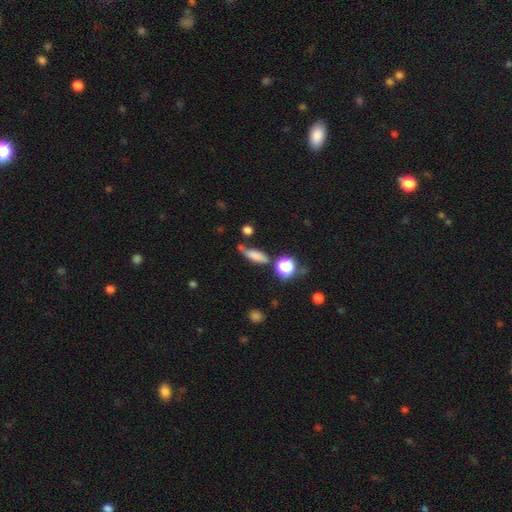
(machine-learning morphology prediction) smooth_or_featured: smooth (p=0.72) [alt: featured or disk p=0.14]
how_rounded: in between (p=0.56) [alt: cigar-shaped p=0.34]
merging: none (p=0.52) [alt: minor disturbance p=0.23]